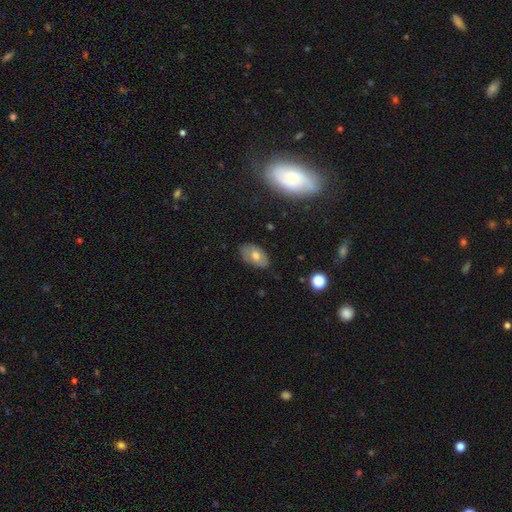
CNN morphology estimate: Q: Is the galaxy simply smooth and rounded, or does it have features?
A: smooth — 64%.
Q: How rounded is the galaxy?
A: in between — 91%.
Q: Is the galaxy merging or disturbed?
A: none — 77%.